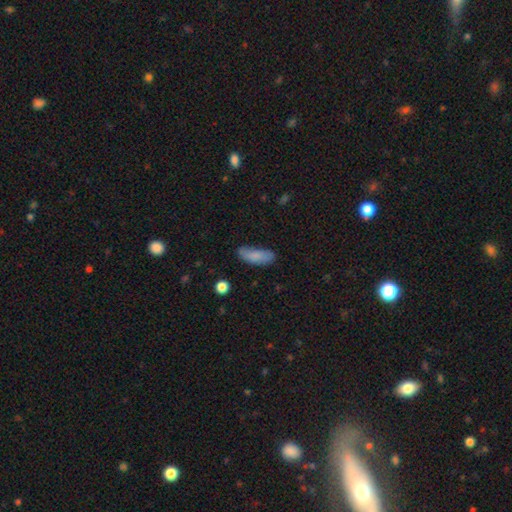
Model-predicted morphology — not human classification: Smooth or featured?
  - smooth: 80% *
  - featured or disk: 12%
  - star or artifact: 7%
How rounded?
  - in between: 68% *
  - cigar-shaped: 30%
  - round: 2%
Merging?
  - none: 65% *
  - minor disturbance: 26%
  - major disturbance: 7%
  - merger: 2%